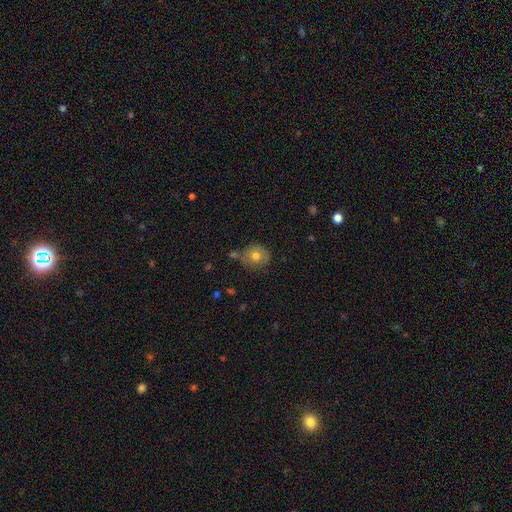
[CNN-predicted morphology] smooth 74%, featured or disk 16%, star or artifact 10%. Down the decision tree: how rounded — round (83%); merging — none (67%).